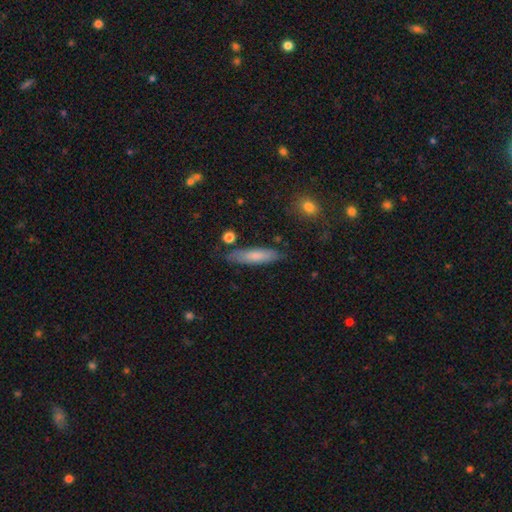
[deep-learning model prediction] Smooth or featured: smooth — 74% (featured or disk — 20%)
How rounded: cigar-shaped — 76% (in between — 23%)
Merging: none — 78% (minor disturbance — 16%)